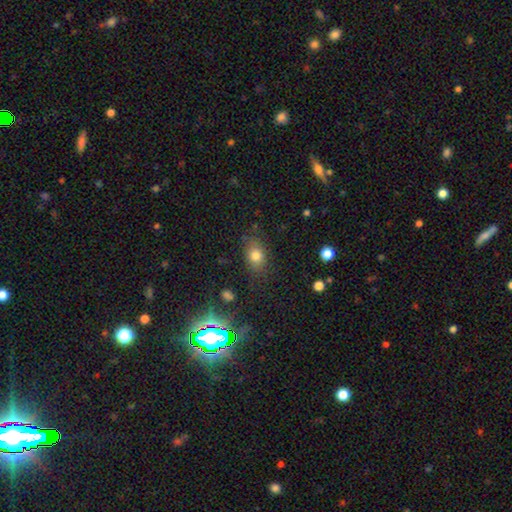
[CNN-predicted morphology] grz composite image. It shows a smooth galaxy with no disk features (76%) that is in between round and cigar-shaped (70%). Merging: none (77%).